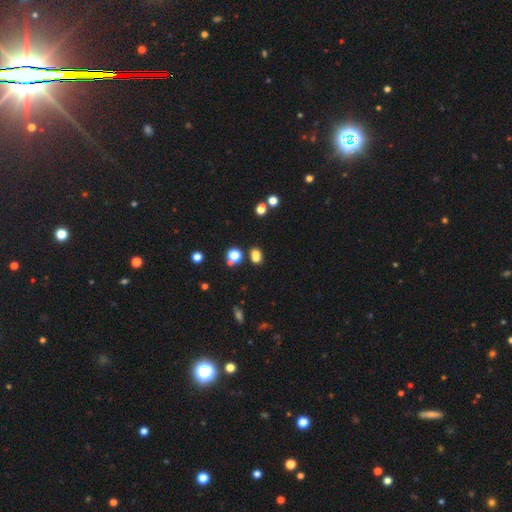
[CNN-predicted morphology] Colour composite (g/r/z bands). It shows a smooth galaxy with no disk features (71%) that is in between round and cigar-shaped (55%). Merging: none (59%).